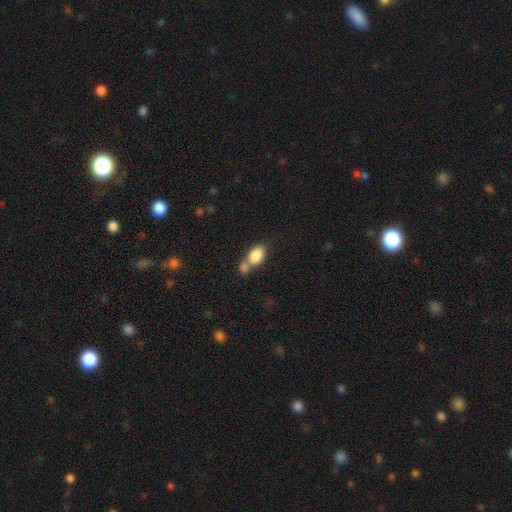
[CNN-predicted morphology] type=smooth (83%); roundness=in between (84%); merging=merger (51%).